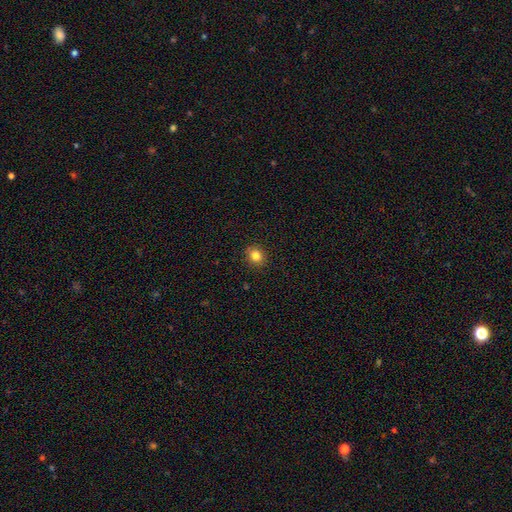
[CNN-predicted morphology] This appears to be a smooth galaxy with no disk features (82%) that is round (77%). Merging: none (90%).